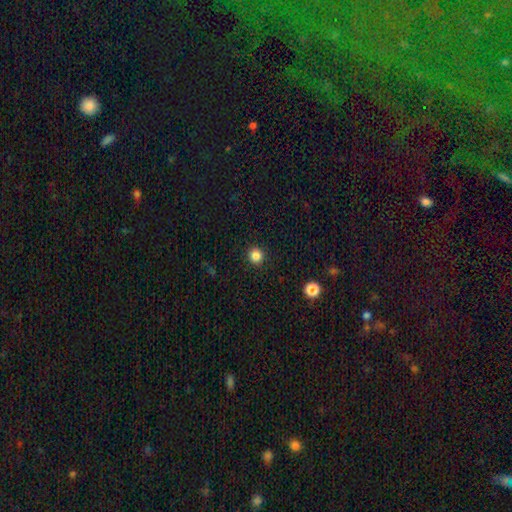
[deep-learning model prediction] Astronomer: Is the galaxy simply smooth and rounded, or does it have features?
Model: smooth — 84%.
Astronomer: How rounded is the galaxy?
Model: round — 92%.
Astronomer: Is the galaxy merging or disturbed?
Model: none — 93%.